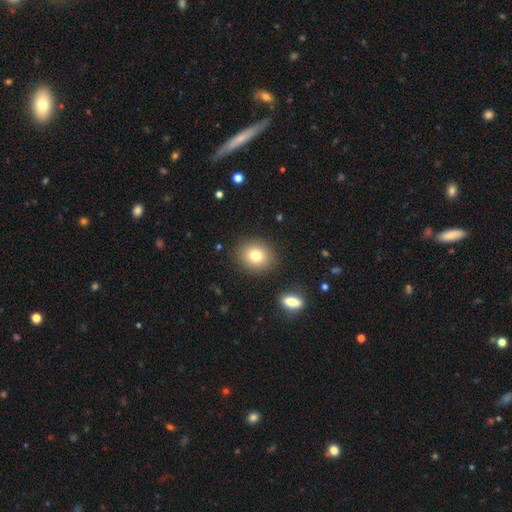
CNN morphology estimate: This is likely a smooth galaxy (78%). How rounded: likely round (74%). Merging: clearly none (88%).